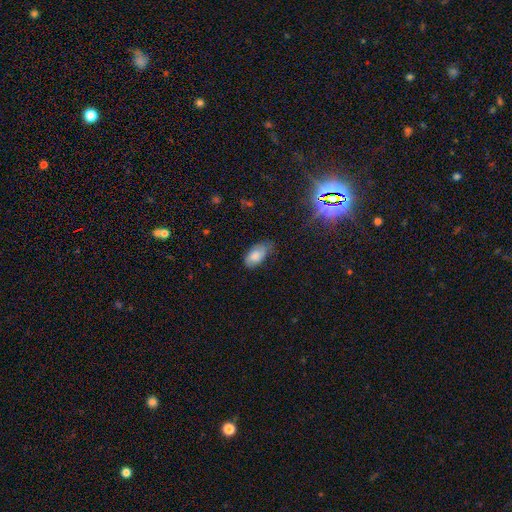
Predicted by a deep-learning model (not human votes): Smooth or featured: smooth — 77% (featured or disk — 15%)
How rounded: in between — 94% (cigar-shaped — 3%)
Merging: none — 64% (minor disturbance — 29%)